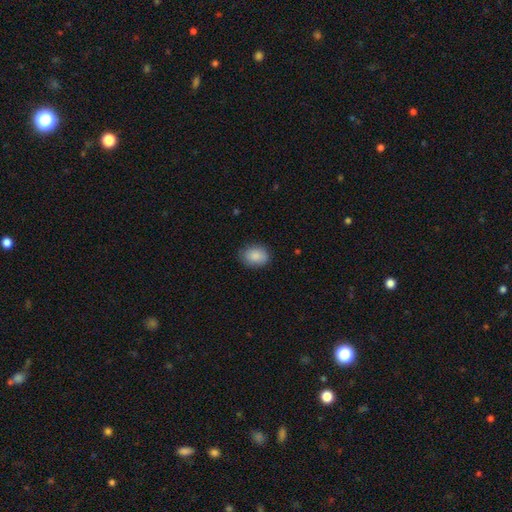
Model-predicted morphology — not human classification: A smooth galaxy with no disk features (88%) that is in between round and cigar-shaped (66%).

Vote fractions:
- Smooth or featured? smooth: 88% / star or artifact: 7% / featured or disk: 5%
- How rounded? in between: 66% / round: 33% / cigar-shaped: 1%
- Merging? none: 82% / minor disturbance: 14% / major disturbance: 3% / merger: 1%